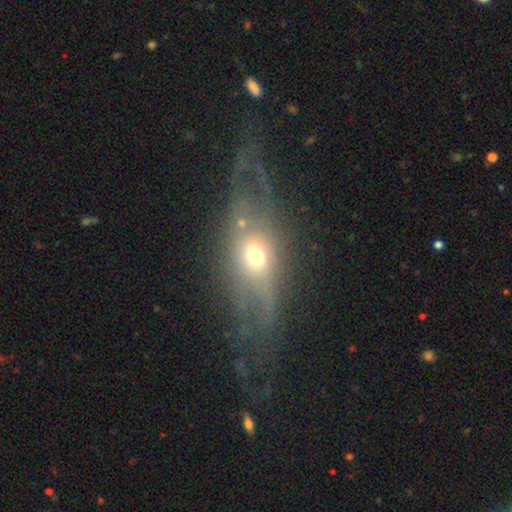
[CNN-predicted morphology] Smooth or featured? featured or disk (53%)
Edge-on disk? no (61%)
Merging? none (51%)